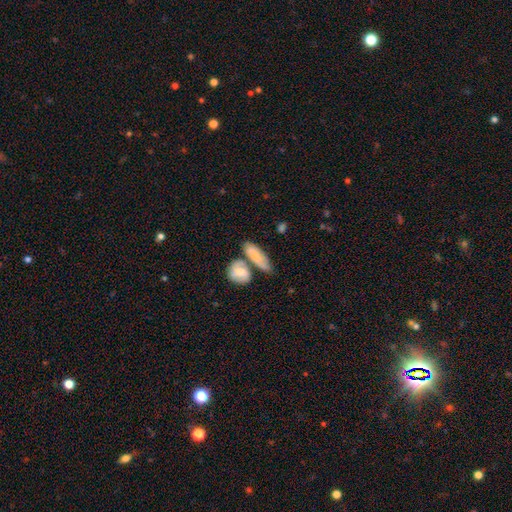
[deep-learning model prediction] This is likely a smooth galaxy (72%). How rounded: likely in between (63%). Merging: marginally none (40%).